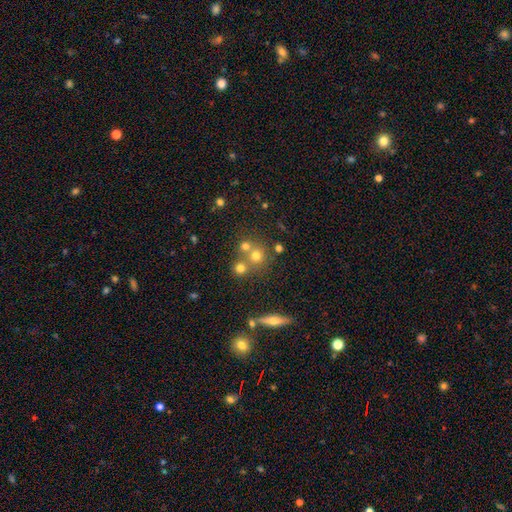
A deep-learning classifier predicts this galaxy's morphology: Overall: smooth (61%). How rounded: round (88%). Merging: none (54%; merger 36%).